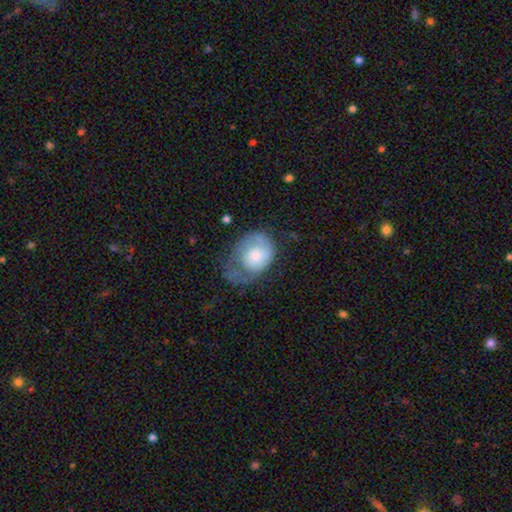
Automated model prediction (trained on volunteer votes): Smooth or featured? Predicted: smooth (p=0.56). How rounded? Predicted: in between (p=0.54). Merging? Predicted: major disturbance (p=0.40).